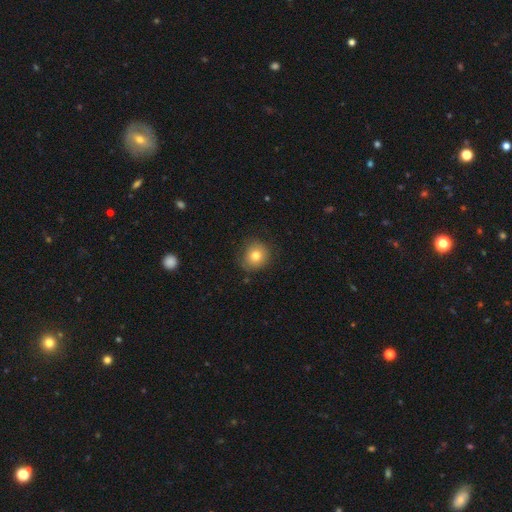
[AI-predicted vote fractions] Smooth or featured? Predicted: smooth (p=0.77). How rounded? Predicted: round (p=0.86). Merging? Predicted: none (p=0.81).